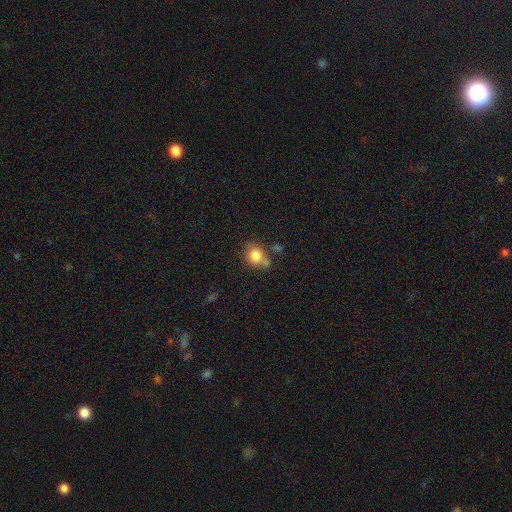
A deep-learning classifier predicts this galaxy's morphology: A smooth galaxy with no disk features (81%) that is round (65%). Merging: none (59%).